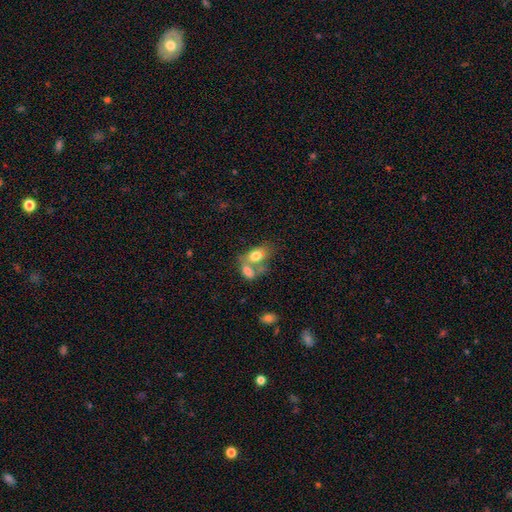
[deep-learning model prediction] A smooth galaxy with no disk features (74%) that is in between round and cigar-shaped (83%).

Vote fractions:
- Smooth or featured? smooth: 74% / featured or disk: 17% / star or artifact: 9%
- How rounded? in between: 83% / round: 14% / cigar-shaped: 2%
- Merging? merger: 55% / none: 27% / minor disturbance: 11% / major disturbance: 7%